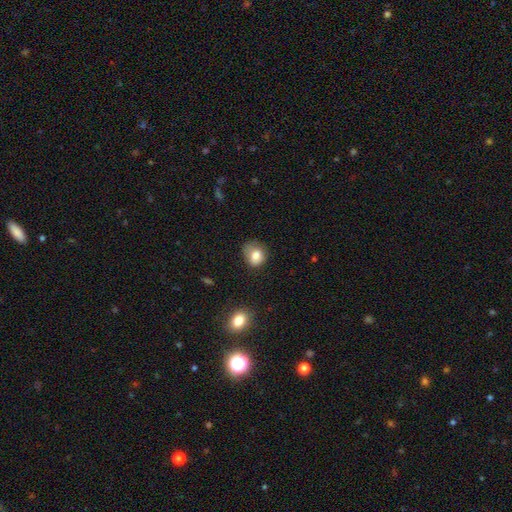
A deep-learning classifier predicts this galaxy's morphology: Smooth or featured? smooth (79%)
How rounded? round (58%)
Merging? none (46%)